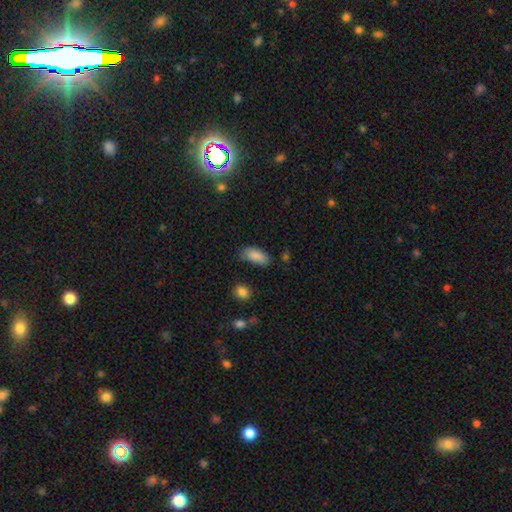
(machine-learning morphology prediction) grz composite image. It shows a smooth galaxy with no disk features (87%) that is in between round and cigar-shaped (90%). Merging: none (64%).